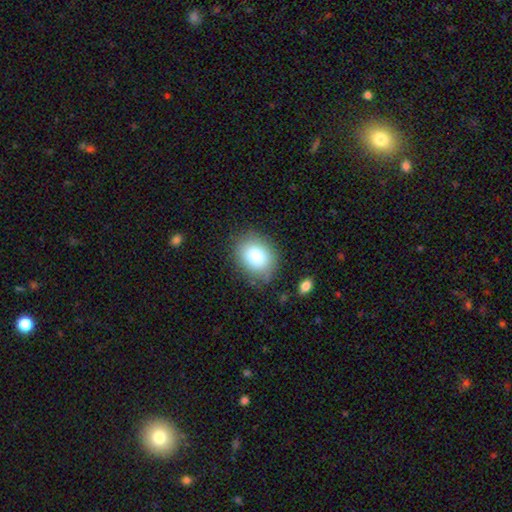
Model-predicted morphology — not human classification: Overall: smooth (79%). How rounded: round (52%; in between 47%). Merging: none (81%).